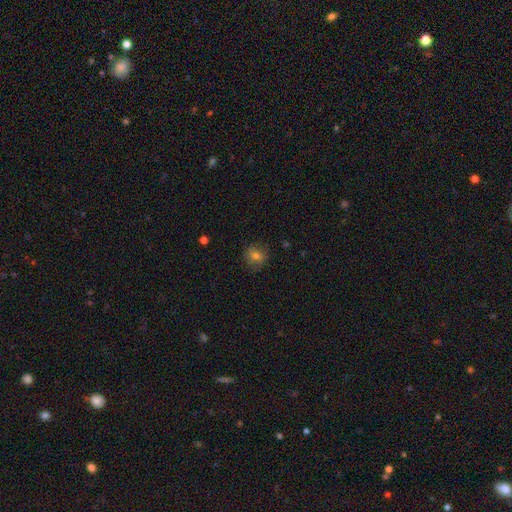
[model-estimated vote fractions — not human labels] Smooth or featured: smooth — 73% (featured or disk — 14%)
How rounded: round — 73% (in between — 26%)
Merging: none — 81% (minor disturbance — 14%)